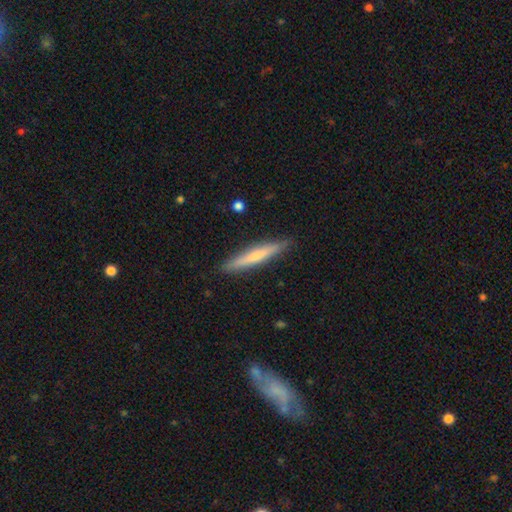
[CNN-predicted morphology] Smooth or featured? smooth (55%)
How rounded? cigar-shaped (94%)
Merging? none (90%)